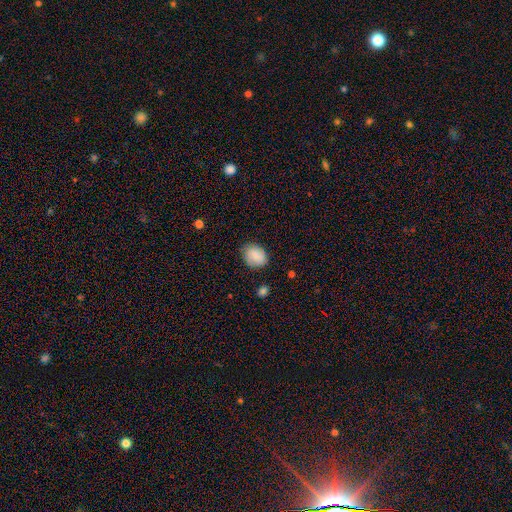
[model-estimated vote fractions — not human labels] A smooth galaxy with no disk features (83%) that is in between round and cigar-shaped (52%).

Vote fractions:
- Smooth or featured? smooth: 83% / featured or disk: 10% / star or artifact: 7%
- How rounded? in between: 52% / round: 47% / cigar-shaped: 1%
- Merging? none: 75% / minor disturbance: 20% / major disturbance: 4% / merger: 1%